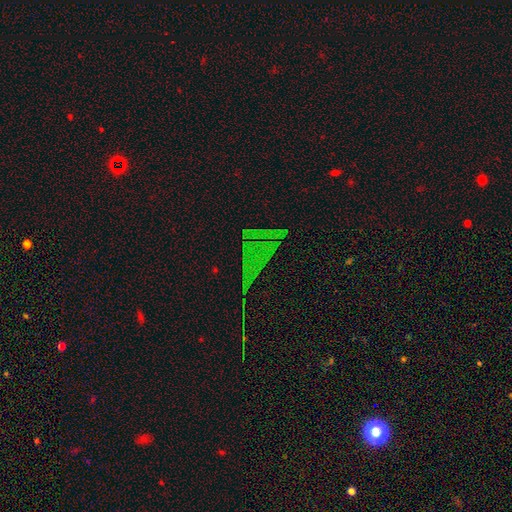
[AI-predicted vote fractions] The model was most divided on "smooth or featured": star or artifact: 66%, smooth: 18%, featured or disk: 16%.